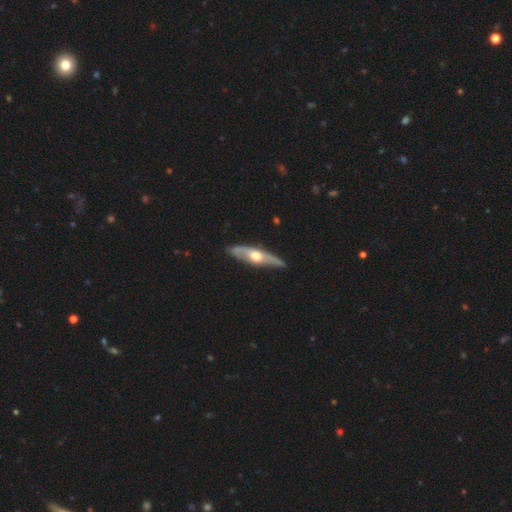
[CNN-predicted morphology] This is likely a featured or disk galaxy (72%). It is likely viewed edge-on (75%). Edge-on bulge: clearly rounded (92%). Merging: clearly none (82%).